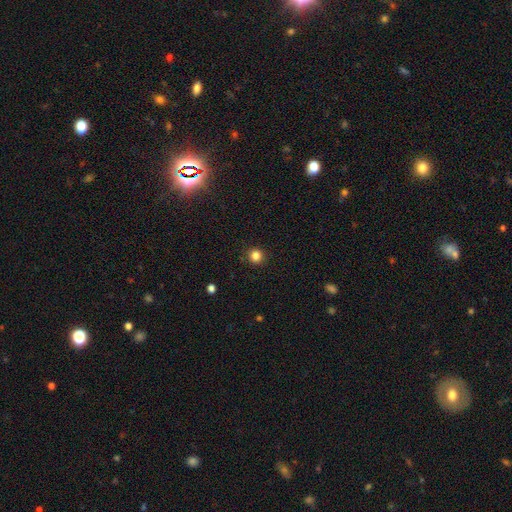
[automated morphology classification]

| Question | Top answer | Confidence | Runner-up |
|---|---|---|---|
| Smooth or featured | smooth | 83% | star or artifact (13%) |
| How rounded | round | 92% | in between (7%) |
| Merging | none | 91% | minor disturbance (6%) |